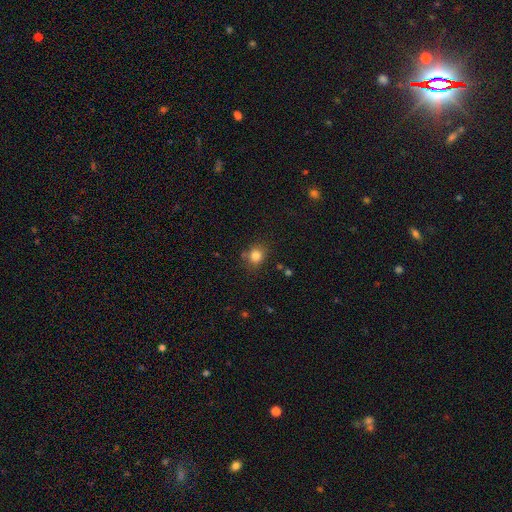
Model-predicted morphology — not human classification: smooth-or-featured: smooth: 82% | star or artifact: 12% | featured or disk: 6%
  how-rounded: round: 72% | in between: 27% | cigar-shaped: 1%
  merging: none: 77% | minor disturbance: 15% | merger: 4% | major disturbance: 4%